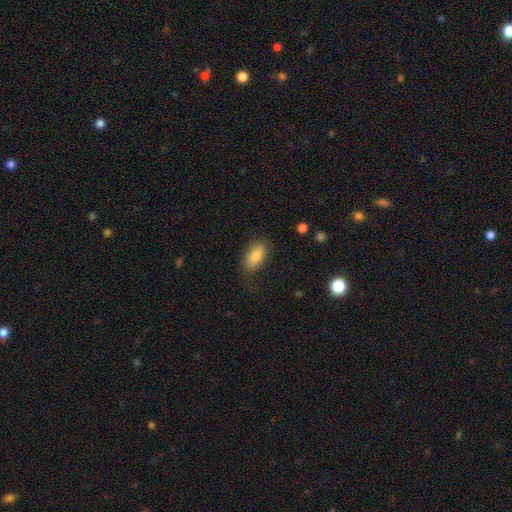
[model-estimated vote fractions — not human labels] Overall: smooth (84%). How rounded: in between (90%). Merging: none (74%).